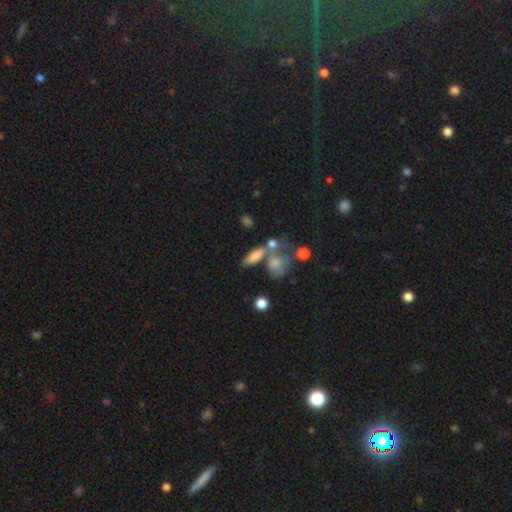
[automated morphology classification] Q: Smooth or featured?
A: smooth (73%); runner-up: featured or disk (17%)
Q: How rounded?
A: in between (68%); runner-up: cigar-shaped (23%)
Q: Merging?
A: none (44%); runner-up: merger (32%)